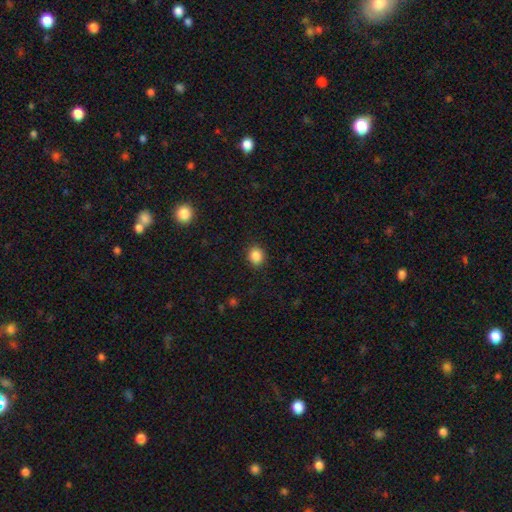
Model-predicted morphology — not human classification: A smooth galaxy with no disk features (86%) that is round (68%).

Vote fractions:
- Smooth or featured? smooth: 86% / star or artifact: 10% / featured or disk: 4%
- How rounded? round: 68% / in between: 31% / cigar-shaped: 1%
- Merging? none: 89% / minor disturbance: 8% / major disturbance: 2% / merger: 1%